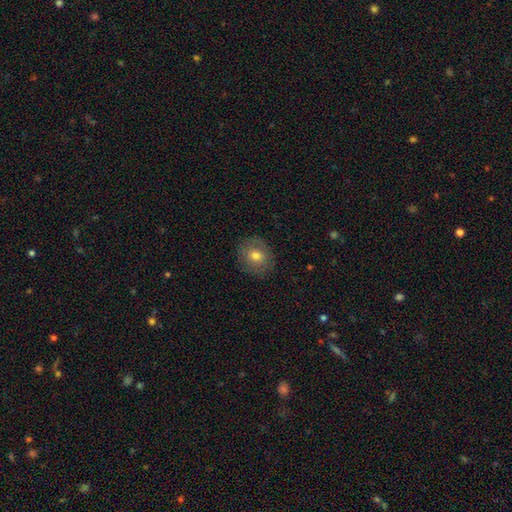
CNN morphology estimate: Overall: smooth (71%). How rounded: round (73%). Merging: none (86%).